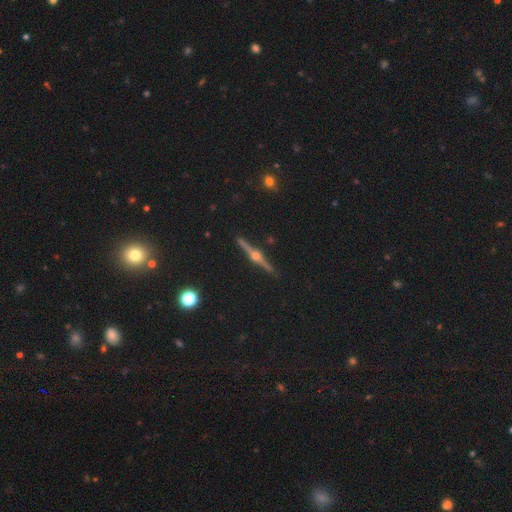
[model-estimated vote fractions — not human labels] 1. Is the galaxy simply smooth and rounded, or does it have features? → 87% featured or disk, 7% star or artifact, 7% smooth.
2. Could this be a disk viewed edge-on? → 98% yes, 2% no.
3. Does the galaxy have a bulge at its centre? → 95% rounded, 3% boxy, 2% none.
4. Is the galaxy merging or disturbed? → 92% none, 5% minor disturbance, 1% major disturbance, 1% merger.